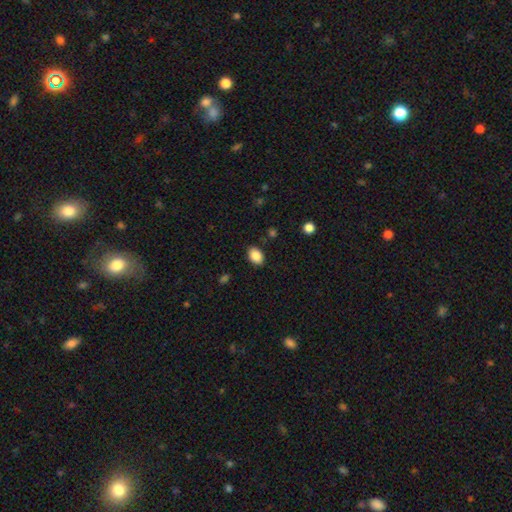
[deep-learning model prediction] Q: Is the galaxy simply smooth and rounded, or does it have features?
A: smooth — 87%.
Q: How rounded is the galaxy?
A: in between — 80%.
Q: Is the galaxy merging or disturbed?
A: none — 86%.